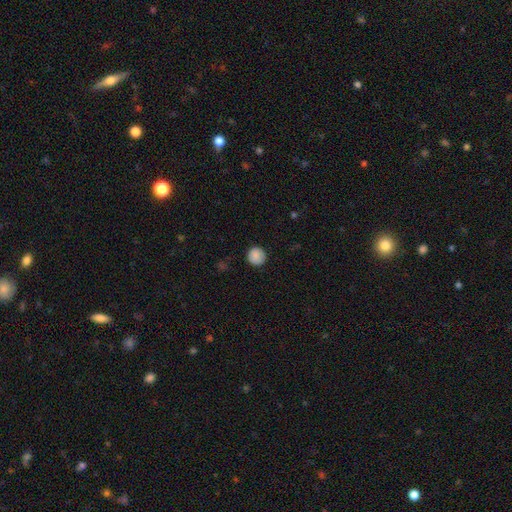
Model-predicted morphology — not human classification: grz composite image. It shows a smooth galaxy with no disk features (88%) that is round (94%). Merging: none (88%).